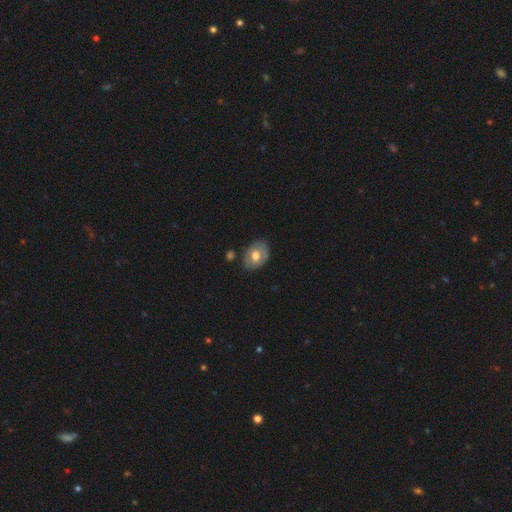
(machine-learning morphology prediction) A smooth galaxy with no disk features (58%) that is in between round and cigar-shaped (68%).

Vote fractions:
- Smooth or featured? smooth: 58% / featured or disk: 36% / star or artifact: 7%
- How rounded? in between: 68% / round: 31% / cigar-shaped: 1%
- Merging? none: 73% / minor disturbance: 19% / major disturbance: 4% / merger: 4%